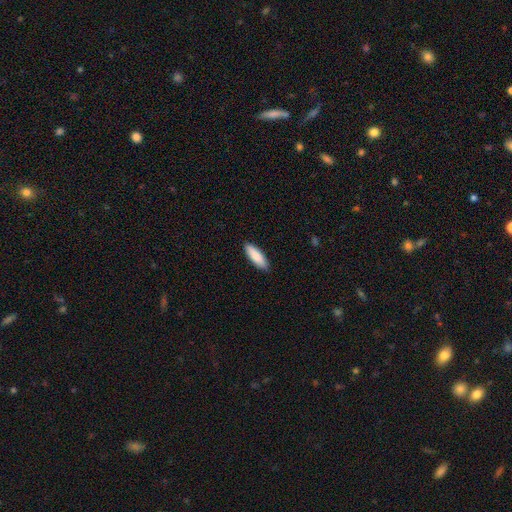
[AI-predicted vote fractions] A smooth galaxy with no disk features (88%) that is in between round and cigar-shaped (56%).

Vote fractions:
- Smooth or featured? smooth: 88% / featured or disk: 7% / star or artifact: 5%
- How rounded? in between: 56% / cigar-shaped: 43% / round: 1%
- Merging? none: 89% / minor disturbance: 8% / major disturbance: 2% / merger: 1%